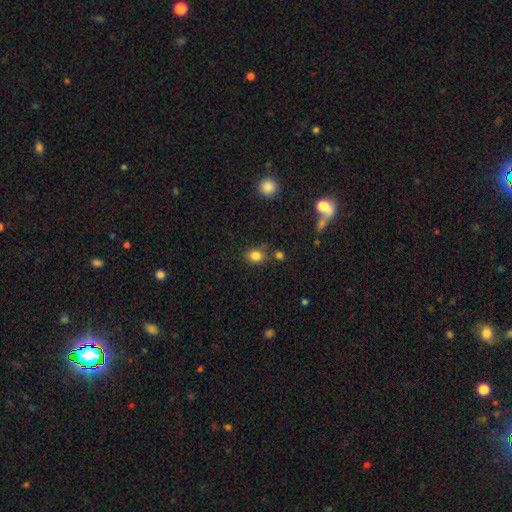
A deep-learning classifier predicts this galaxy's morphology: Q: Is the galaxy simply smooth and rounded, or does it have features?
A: smooth — 82%.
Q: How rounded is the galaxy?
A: round — 56%.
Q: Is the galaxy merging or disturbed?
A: none — 76%.